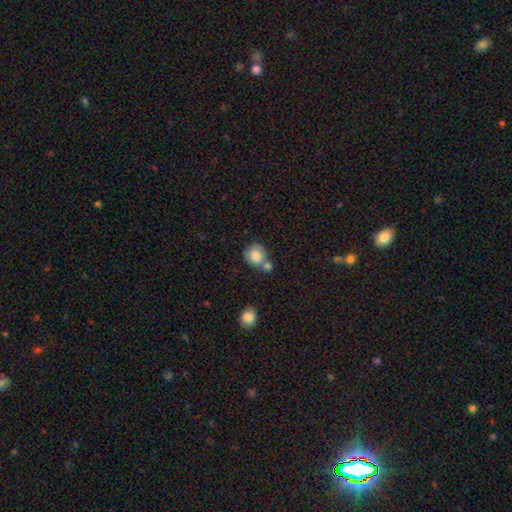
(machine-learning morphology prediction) A smooth galaxy with no disk features (79%) that is round (74%).

Vote fractions:
- Smooth or featured? smooth: 79% / featured or disk: 13% / star or artifact: 8%
- How rounded? round: 74% / in between: 25% / cigar-shaped: 1%
- Merging? none: 46% / merger: 32% / minor disturbance: 17% / major disturbance: 6%